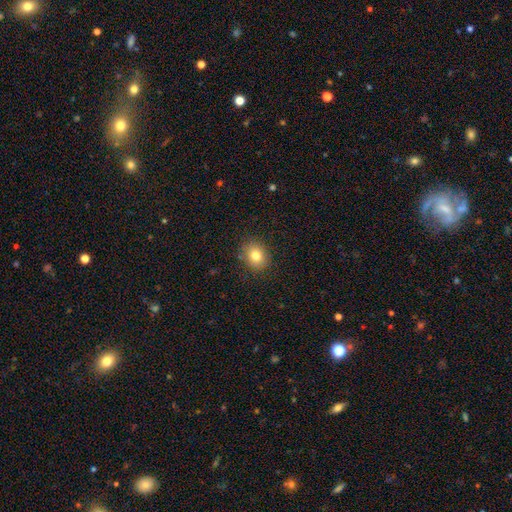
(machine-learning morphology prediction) Smooth or featured: smooth — 80% (star or artifact — 11%)
How rounded: round — 60% (in between — 40%)
Merging: none — 87% (minor disturbance — 9%)